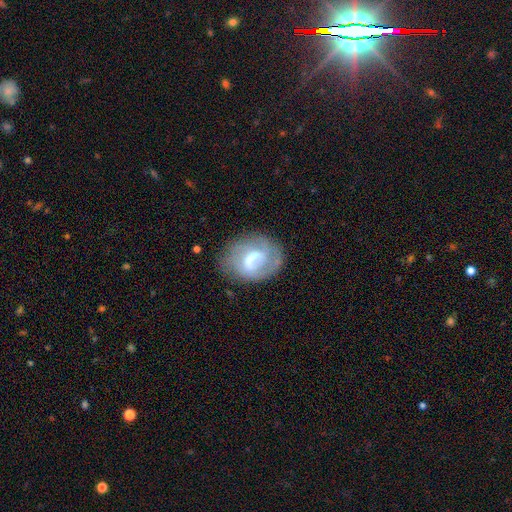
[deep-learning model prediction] smooth_or_featured: featured or disk (p=0.57) [alt: smooth p=0.35]
disk_edge_on: no (p=0.96) [alt: yes p=0.04]
bar: weak (p=0.45) [alt: strong p=0.33]
has_spiral_arms: yes (p=0.66) [alt: no p=0.34]
bulge_size: moderate (p=0.36) [alt: none p=0.21]
merging: none (p=0.59) [alt: minor disturbance p=0.22]